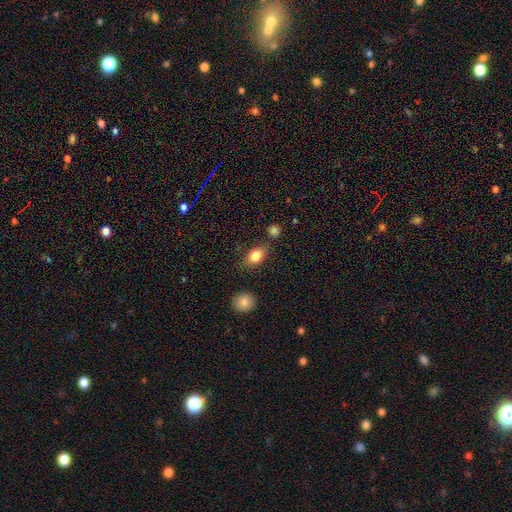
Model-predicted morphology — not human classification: Smooth or featured? Predicted: smooth (p=0.83). How rounded? Predicted: in between (p=0.83). Merging? Predicted: none (p=0.75).